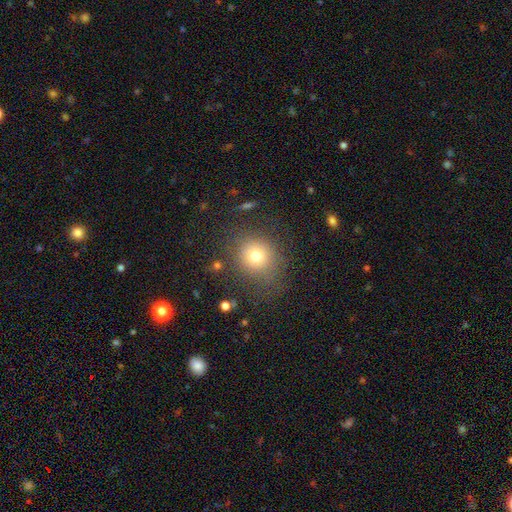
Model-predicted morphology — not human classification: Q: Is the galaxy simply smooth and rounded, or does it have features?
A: smooth — 74%.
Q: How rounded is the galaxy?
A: round — 85%.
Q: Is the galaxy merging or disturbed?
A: none — 75%.